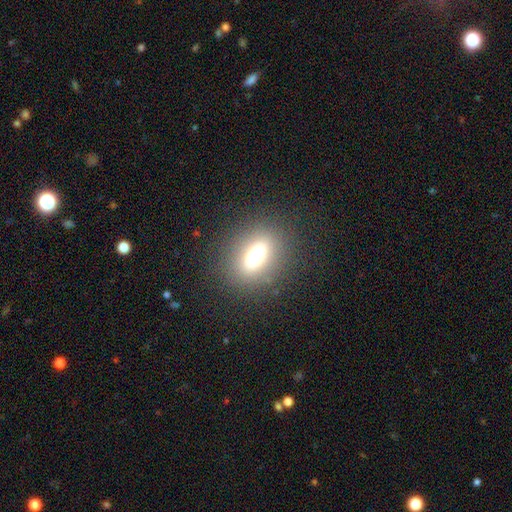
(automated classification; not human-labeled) Smooth or featured? smooth (62%)
How rounded? in between (58%)
Merging? none (84%)